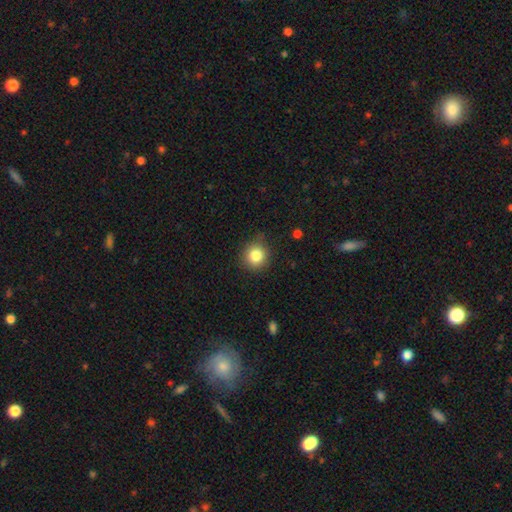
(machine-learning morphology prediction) Smooth or featured? smooth (84%)
How rounded? round (90%)
Merging? none (81%)